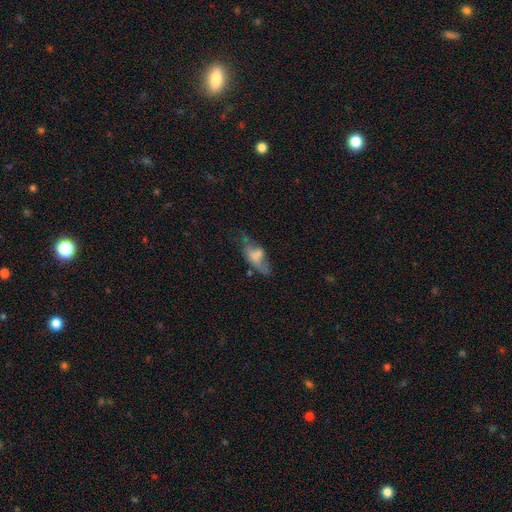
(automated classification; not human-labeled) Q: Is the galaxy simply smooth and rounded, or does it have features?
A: smooth — 51%.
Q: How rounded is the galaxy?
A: in between — 70%.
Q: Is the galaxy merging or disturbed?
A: none — 35%.